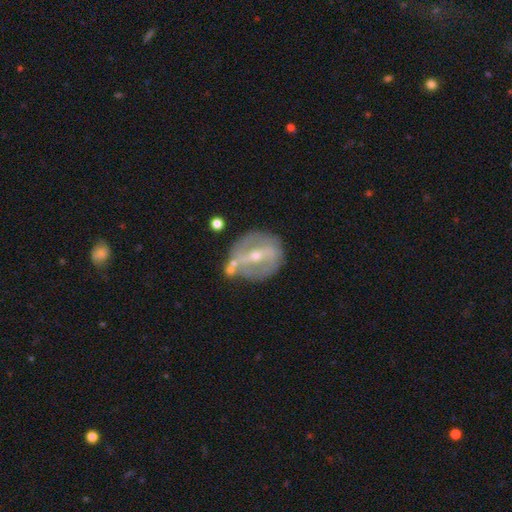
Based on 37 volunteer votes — Overall: featured or disk (78%). Edge-on disk: no (90%). Bar: strong (62%; weak 27%). Spiral arms: no (62%; yes 38%). Bulge size: moderate (58%; small 42%). Merging: none (88%).